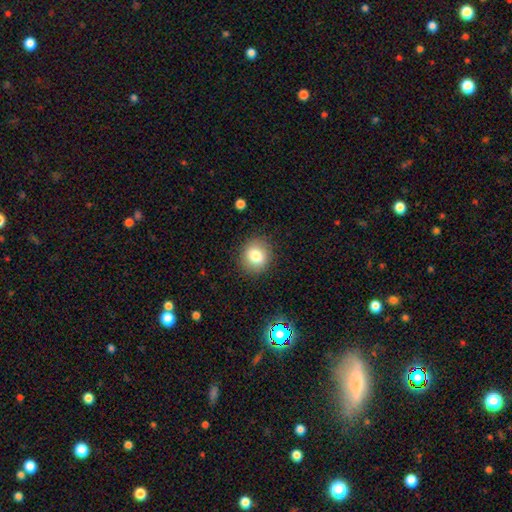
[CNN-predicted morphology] This is likely a smooth galaxy (80%). How rounded: likely round (79%). Merging: clearly none (88%).